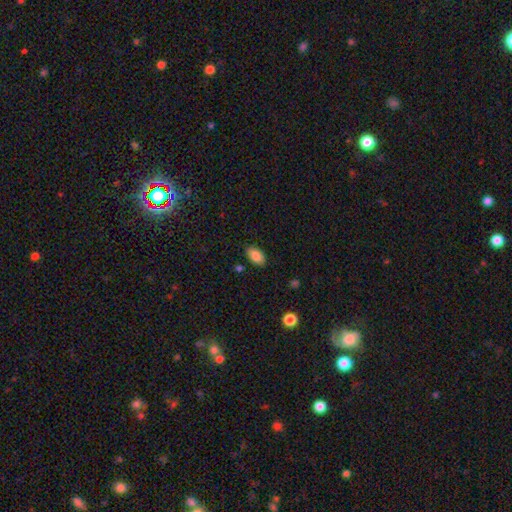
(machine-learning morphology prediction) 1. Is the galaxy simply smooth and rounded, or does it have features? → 86% smooth, 8% star or artifact, 6% featured or disk.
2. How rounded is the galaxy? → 93% in between, 5% round, 2% cigar-shaped.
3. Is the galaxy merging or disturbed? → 84% none, 12% minor disturbance, 3% major disturbance, 2% merger.